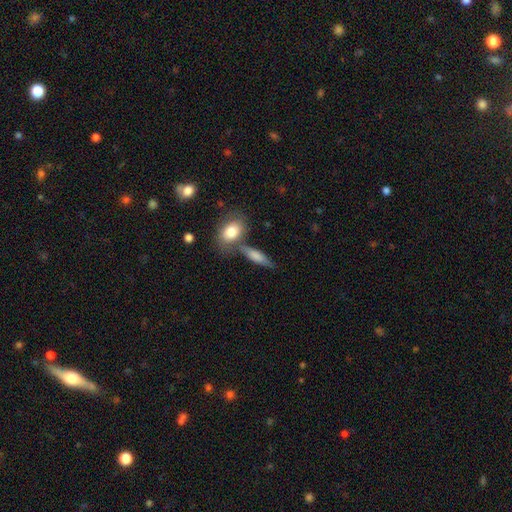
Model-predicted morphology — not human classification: smooth 72%, featured or disk 21%, star or artifact 7%. Down the decision tree: how rounded — cigar-shaped (50%); merging — none (60%).